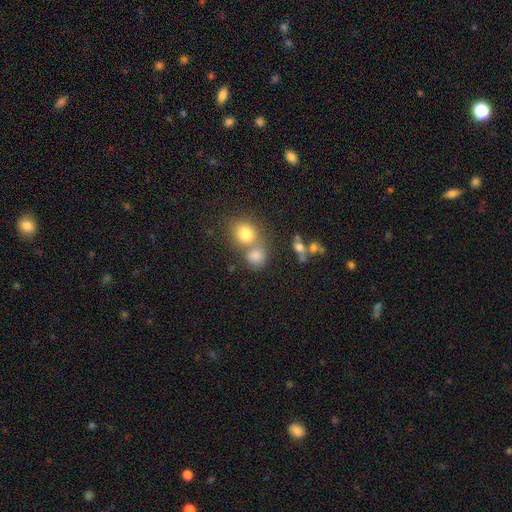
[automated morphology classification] Smooth or featured?
  - smooth: 78% *
  - star or artifact: 13%
  - featured or disk: 9%
How rounded?
  - round: 74% *
  - in between: 25%
  - cigar-shaped: 1%
Merging?
  - merger: 45% *
  - none: 43%
  - minor disturbance: 8%
  - major disturbance: 4%